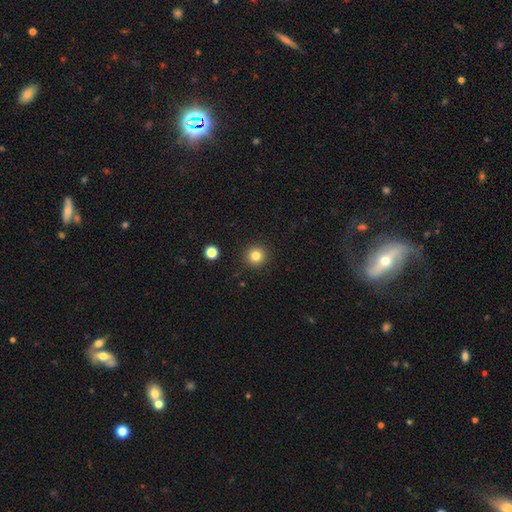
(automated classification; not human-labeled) Smooth or featured? Predicted: smooth (p=0.83). How rounded? Predicted: round (p=0.95). Merging? Predicted: none (p=0.92).